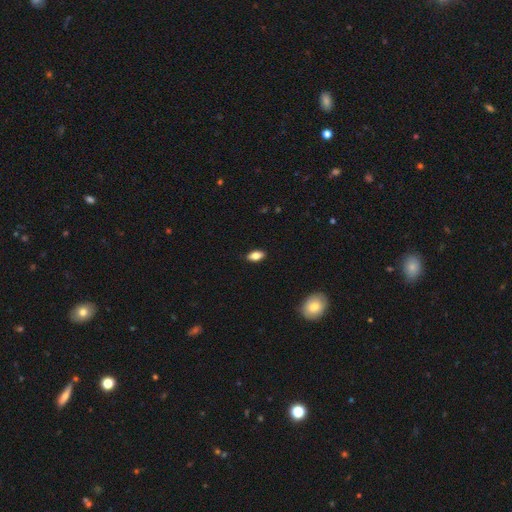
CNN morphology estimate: A smooth galaxy with no disk features (80%) that is in between round and cigar-shaped (89%). Merging: none (88%).